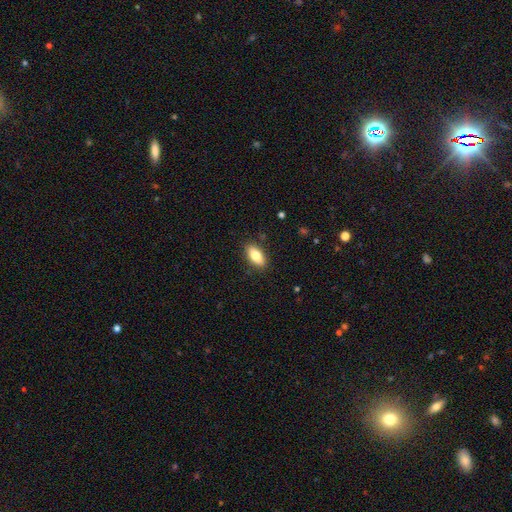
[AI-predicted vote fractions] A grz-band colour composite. It shows a smooth galaxy with no disk features (81%) that is in between round and cigar-shaped (88%). Merging: none (87%).